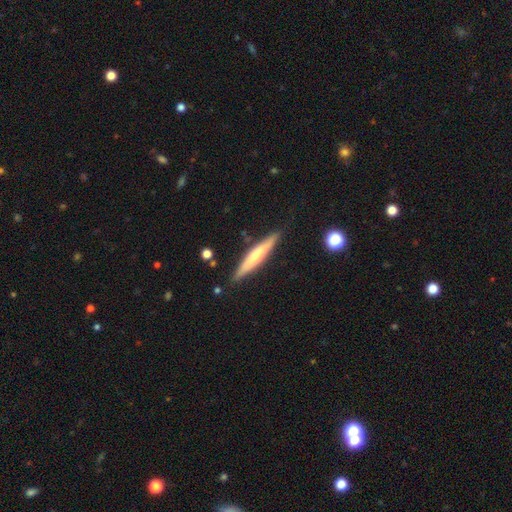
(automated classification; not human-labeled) This appears to be a featured or disk galaxy (54%) viewed edge-on (95%) with a rounded central bulge (65%). Merging: none (87%).